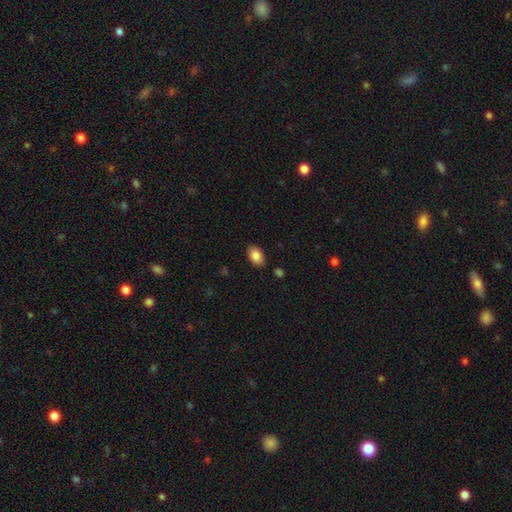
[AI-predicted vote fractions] Morphology: type=smooth (87%); roundness=in between (90%); merging=none (85%).